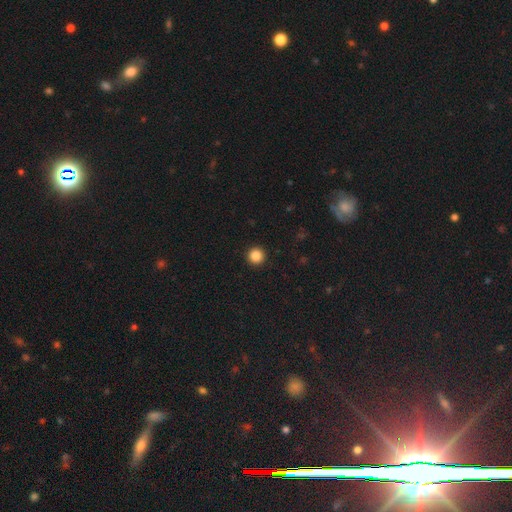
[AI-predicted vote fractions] Smooth or featured: smooth — 86% (star or artifact — 11%)
How rounded: round — 96% (in between — 3%)
Merging: none — 94% (minor disturbance — 4%)